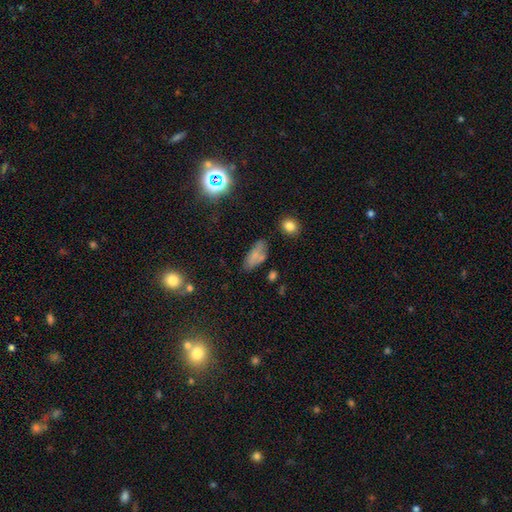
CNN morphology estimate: This appears to be a smooth galaxy with no disk features (71%) that is in between round and cigar-shaped (84%). Merging: none (57%).